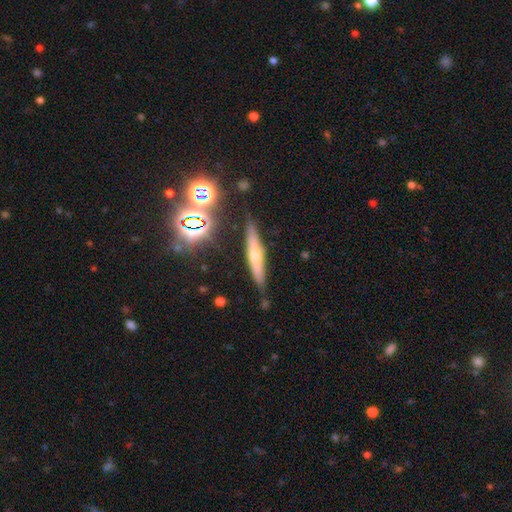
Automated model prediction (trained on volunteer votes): Q: Smooth or featured?
A: featured or disk (49%); runner-up: smooth (37%)
Q: Merging?
A: none (83%); runner-up: minor disturbance (12%)